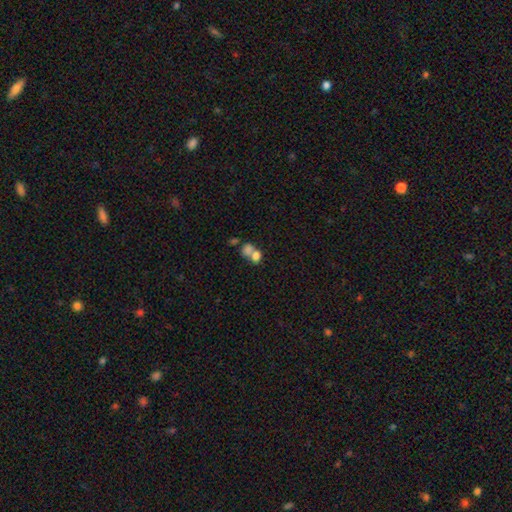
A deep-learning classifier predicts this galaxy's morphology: Smooth or featured? Predicted: smooth (p=0.74). How rounded? Predicted: round (p=0.56). Merging? Predicted: merger (p=0.64).